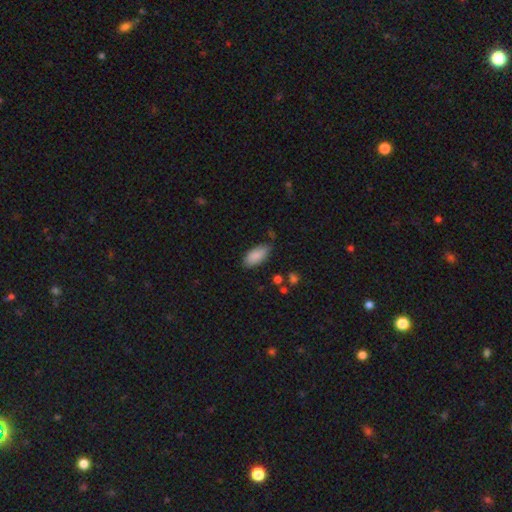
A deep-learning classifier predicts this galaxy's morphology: Smooth or featured? smooth (88%)
How rounded? in between (91%)
Merging? none (71%)